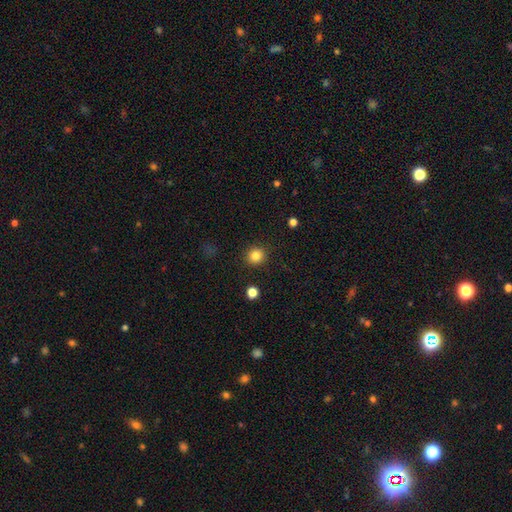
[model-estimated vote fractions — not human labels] Smooth or featured: smooth — 84% (star or artifact — 11%)
How rounded: round — 91% (in between — 8%)
Merging: none — 91% (minor disturbance — 6%)